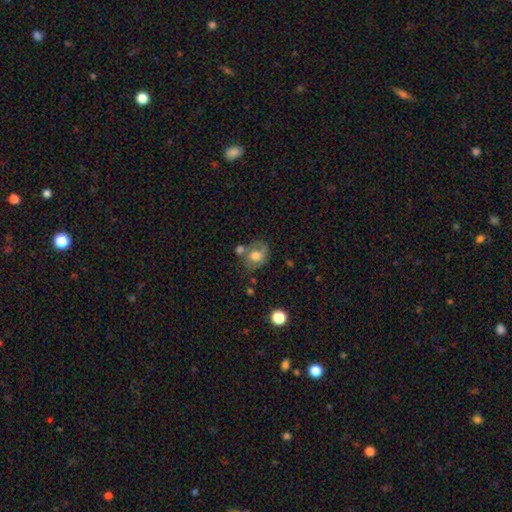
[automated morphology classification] Smooth or featured?
  - smooth: 49% *
  - featured or disk: 42%
  - star or artifact: 9%
Merging?
  - none: 40% *
  - merger: 23%
  - minor disturbance: 22%
  - major disturbance: 14%